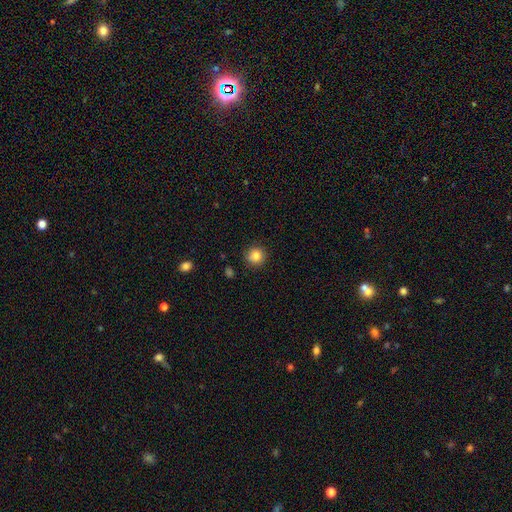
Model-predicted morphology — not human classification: A smooth galaxy with no disk features (84%) that is round (92%). Merging: none (88%).